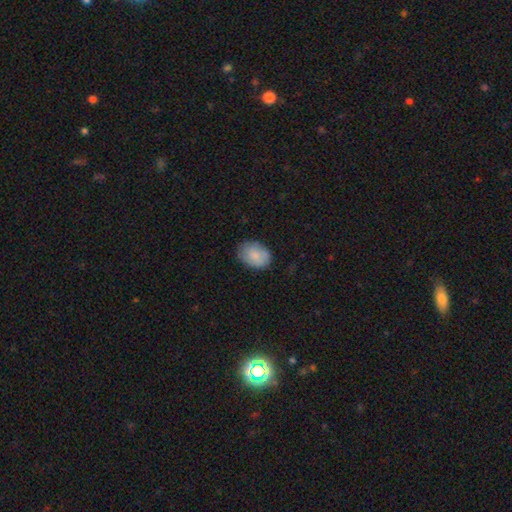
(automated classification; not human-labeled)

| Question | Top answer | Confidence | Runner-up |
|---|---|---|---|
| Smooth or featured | smooth | 84% | featured or disk (9%) |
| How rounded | in between | 76% | round (23%) |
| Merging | none | 77% | minor disturbance (17%) |